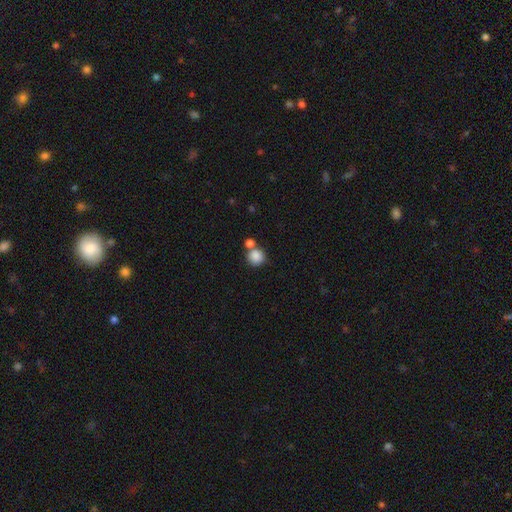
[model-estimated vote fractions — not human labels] The model was most divided on "merging": none: 58%, merger: 30%, minor disturbance: 9%, major disturbance: 3%. More confident: how rounded — round (91%); smooth or featured — smooth (86%).